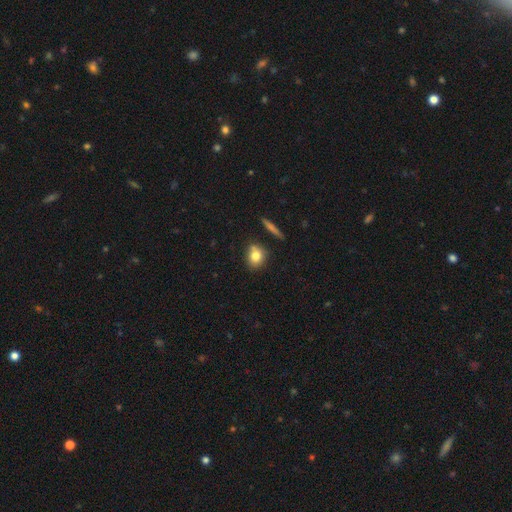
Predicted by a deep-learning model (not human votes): smooth 79%, featured or disk 11%, star or artifact 10%. Down the decision tree: how rounded — round (63%); merging — none (74%).